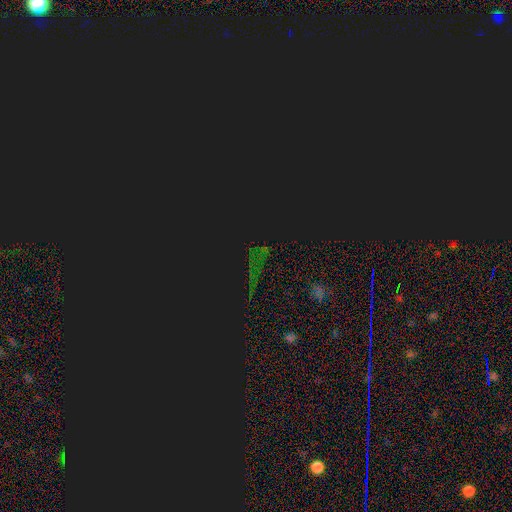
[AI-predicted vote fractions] smooth-or-featured: star or artifact: 84% | smooth: 10% | featured or disk: 6%